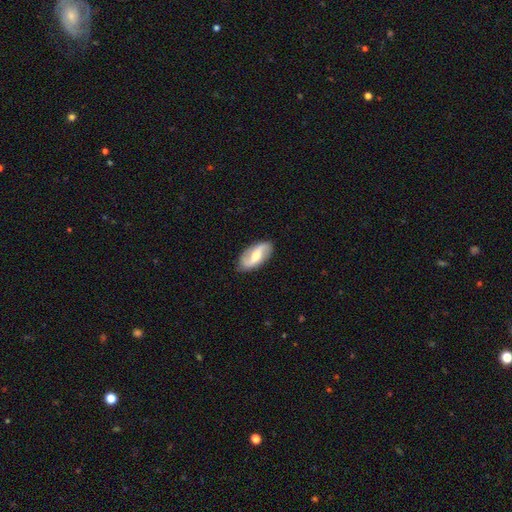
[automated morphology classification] featured or disk 75%, smooth 20%, star or artifact 5%. Down the decision tree: edge-on disk — no (94%); bar — weak (44%); spiral arms — yes (92%); spiral arm count — 2 (92%); spiral winding — loose (60%); bulge size — moderate (63%); merging — none (85%).